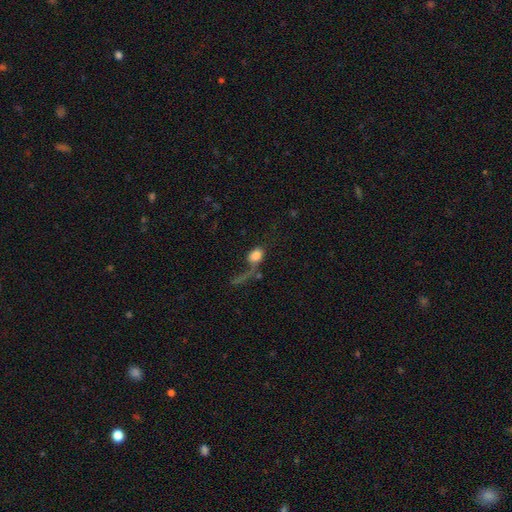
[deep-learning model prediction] This is likely a smooth galaxy (75%). How rounded: possibly in between (59%). Merging: marginally major disturbance (36%).